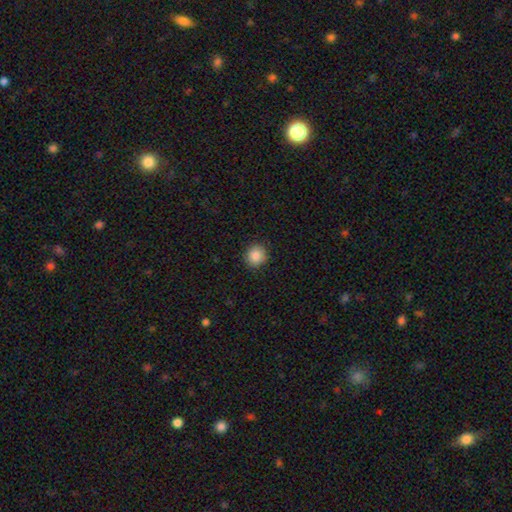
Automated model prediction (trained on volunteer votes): A smooth galaxy with no disk features (87%) that is round (86%). Merging: none (89%).